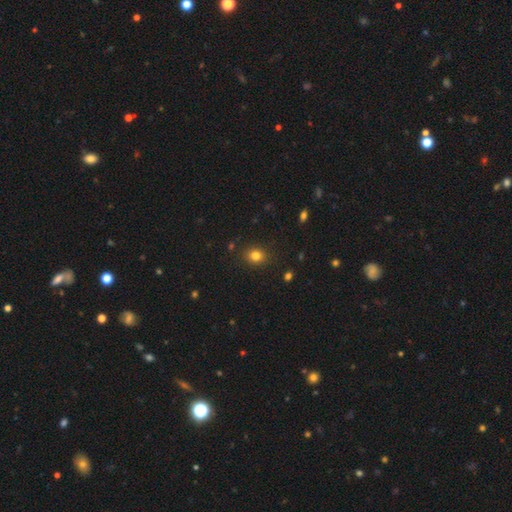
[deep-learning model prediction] Q: Smooth or featured?
A: smooth (81%); runner-up: star or artifact (13%)
Q: How rounded?
A: round (65%); runner-up: in between (35%)
Q: Merging?
A: none (88%); runner-up: minor disturbance (8%)